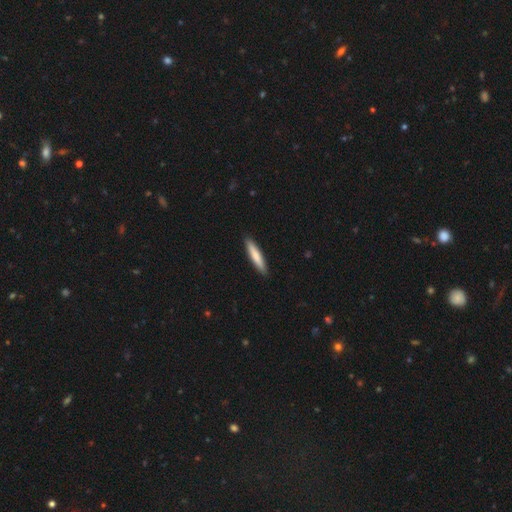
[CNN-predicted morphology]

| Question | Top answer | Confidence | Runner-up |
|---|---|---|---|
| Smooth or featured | smooth | 79% | featured or disk (16%) |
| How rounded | cigar-shaped | 89% | in between (10%) |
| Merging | none | 91% | minor disturbance (7%) |